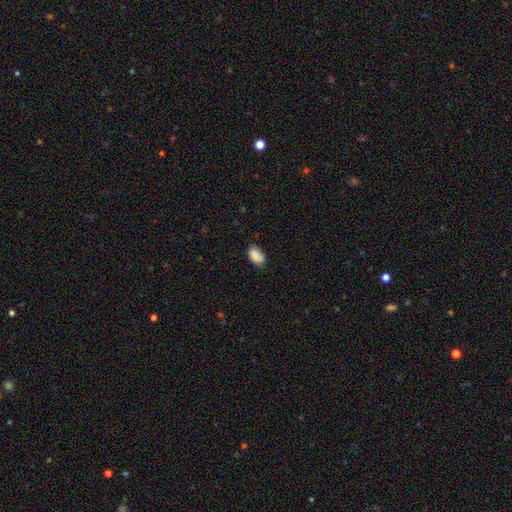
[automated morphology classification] This appears to be a smooth galaxy with no disk features (88%) that is in between round and cigar-shaped (93%). Merging: none (75%).